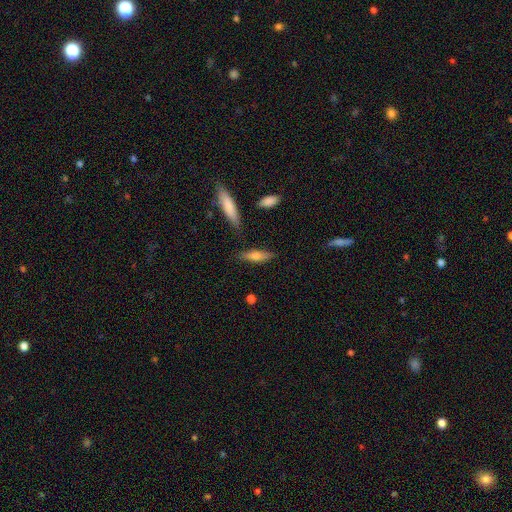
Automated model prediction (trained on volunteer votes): smooth-or-featured: smooth: 64% | featured or disk: 29% | star or artifact: 6%
  how-rounded: cigar-shaped: 61% | in between: 37% | round: 2%
  merging: none: 79% | minor disturbance: 14% | merger: 4% | major disturbance: 4%